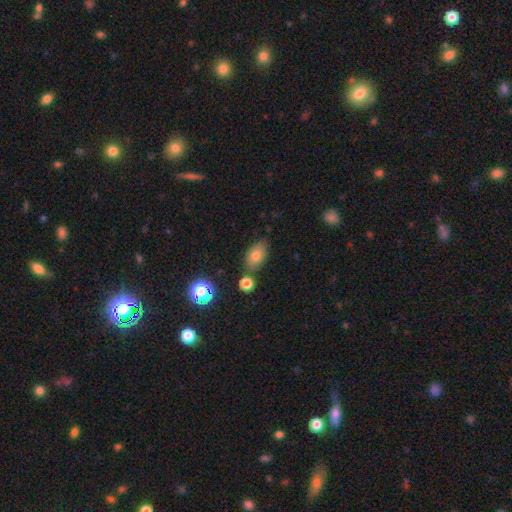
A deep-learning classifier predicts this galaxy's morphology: This is likely a smooth galaxy (77%). How rounded: clearly in between (86%). Merging: likely none (71%).